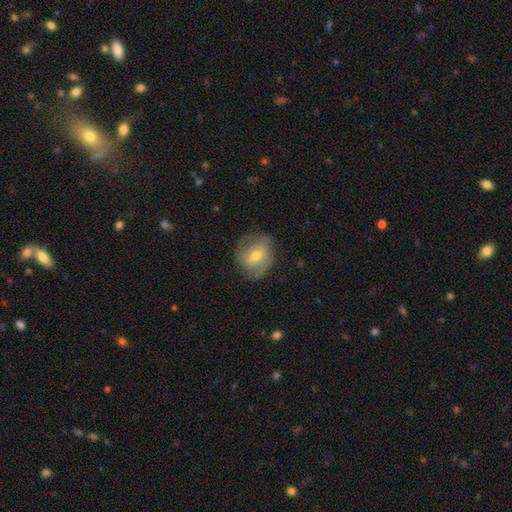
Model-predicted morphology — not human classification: The model was most divided on "bar": weak: 47%, no: 34%, strong: 19%. More confident: edge-on disk — no (96%); spiral arms — yes (77%); bulge size — moderate (67%); merging — none (66%); smooth or featured — featured or disk (60%).